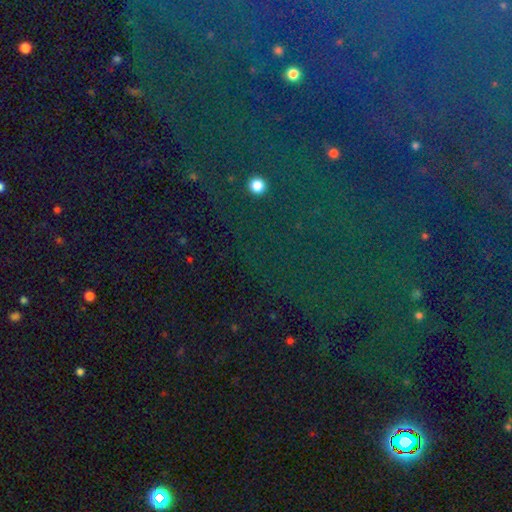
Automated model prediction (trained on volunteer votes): Overall: star or artifact (83%).